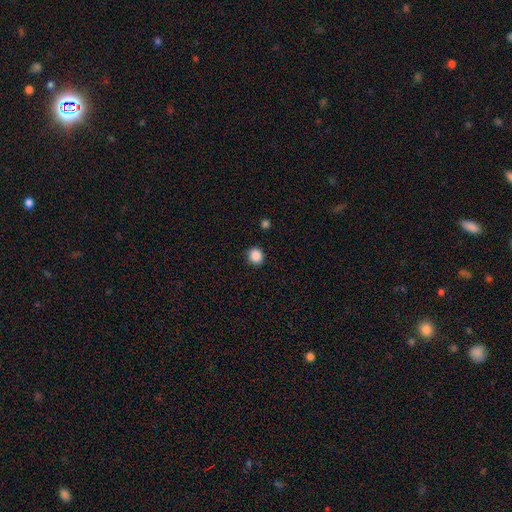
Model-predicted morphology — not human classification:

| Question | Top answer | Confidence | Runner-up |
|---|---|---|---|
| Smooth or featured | smooth | 88% | star or artifact (10%) |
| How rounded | round | 83% | in between (17%) |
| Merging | none | 89% | minor disturbance (7%) |